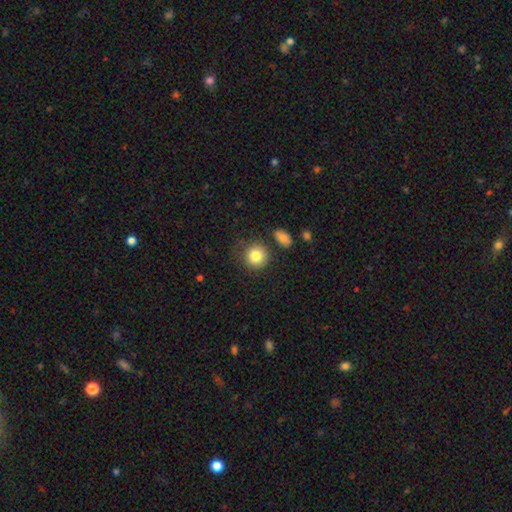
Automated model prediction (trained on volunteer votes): Smooth or featured? smooth (83%)
How rounded? round (90%)
Merging? none (74%)